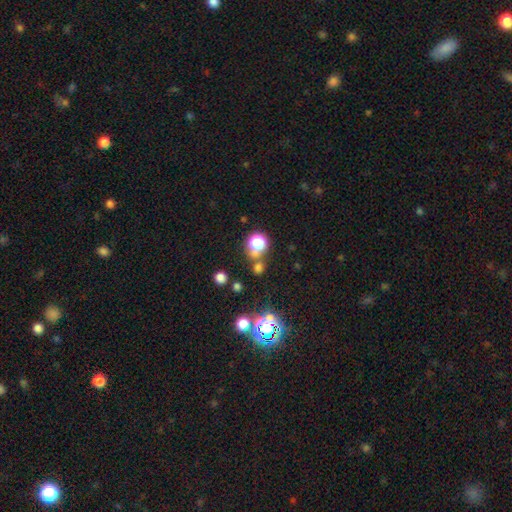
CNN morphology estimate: The model was most divided on "smooth or featured": smooth: 48%, star or artifact: 44%, featured or disk: 8%. More confident: merging — none (68%).